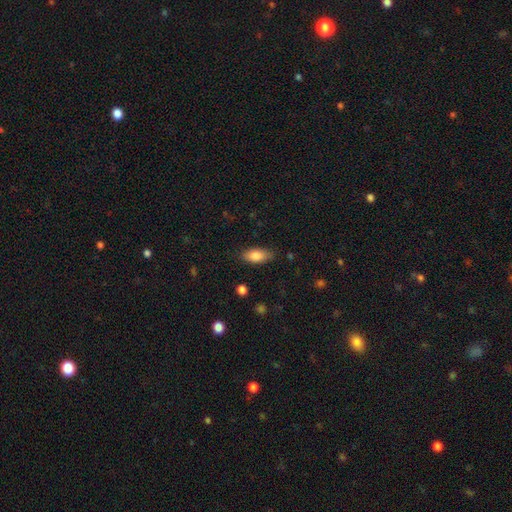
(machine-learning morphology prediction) This is clearly a smooth galaxy (81%). How rounded: clearly in between (85%). Merging: clearly none (83%).